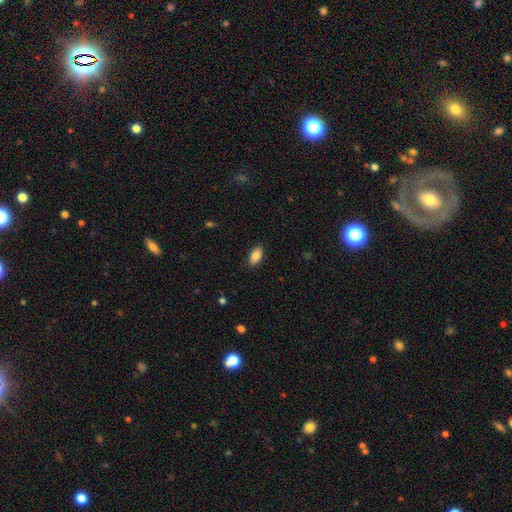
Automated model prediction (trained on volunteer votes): The model was most divided on "merging": none: 86%, minor disturbance: 10%, major disturbance: 2%, merger: 1%. More confident: how rounded — in between (92%); smooth or featured — smooth (85%).